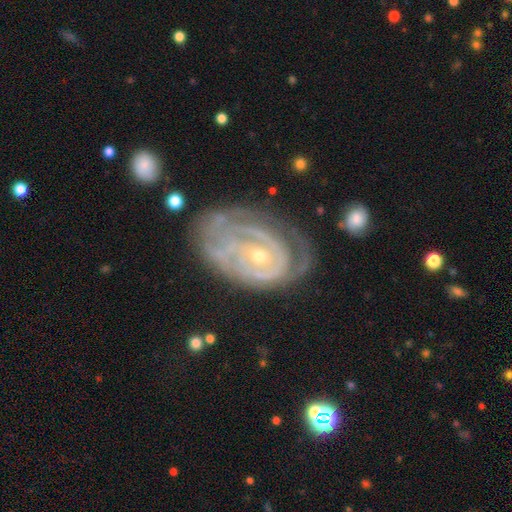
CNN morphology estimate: A featured or disk galaxy (87%) with no bar (67%), tight (75%) spiral arms (94%) and a small central bulge (66%). Merging: none (53%).